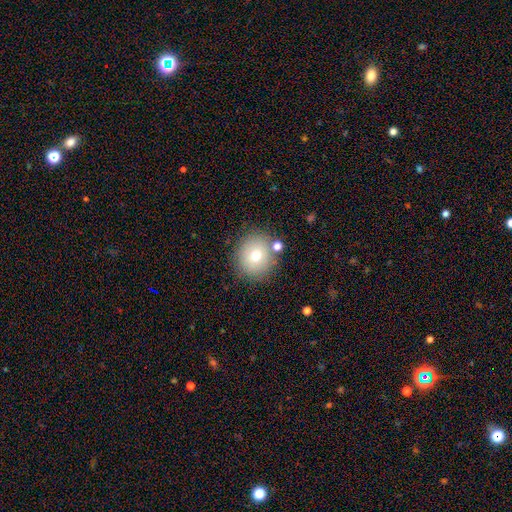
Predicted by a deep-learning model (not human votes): A smooth galaxy with no disk features (72%) that is round (84%).

Vote fractions:
- Smooth or featured? smooth: 72% / featured or disk: 15% / star or artifact: 13%
- How rounded? round: 84% / in between: 15% / cigar-shaped: 1%
- Merging? none: 79% / minor disturbance: 10% / merger: 7% / major disturbance: 4%